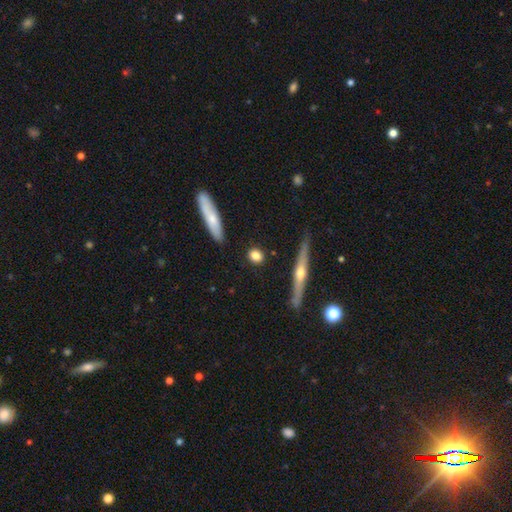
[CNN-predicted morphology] The model was most divided on "how rounded": round: 65%, in between: 24%, cigar-shaped: 11%. More confident: merging — none (87%); smooth or featured — smooth (81%).